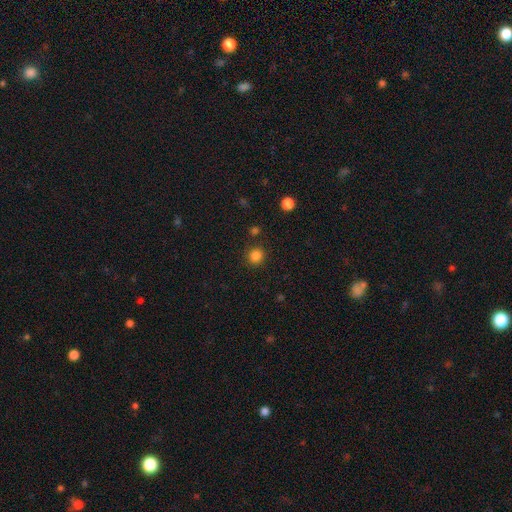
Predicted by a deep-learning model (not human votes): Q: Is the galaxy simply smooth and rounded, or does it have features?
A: smooth — 84%.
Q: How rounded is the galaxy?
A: round — 91%.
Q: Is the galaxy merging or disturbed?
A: none — 87%.